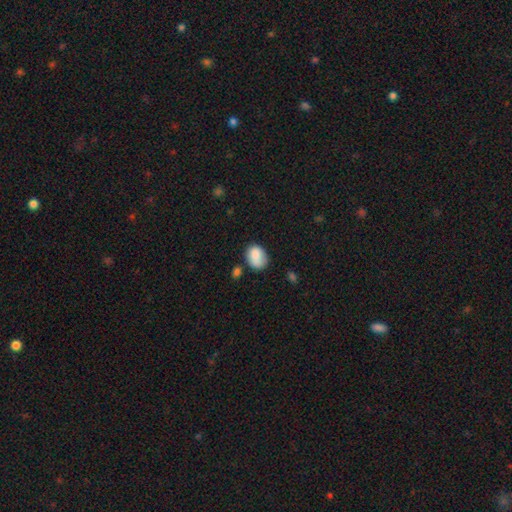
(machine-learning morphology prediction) smooth-or-featured: smooth: 83% | featured or disk: 9% | star or artifact: 8%
  how-rounded: in between: 61% | round: 38% | cigar-shaped: 1%
  merging: none: 55% | minor disturbance: 28% | merger: 9% | major disturbance: 8%